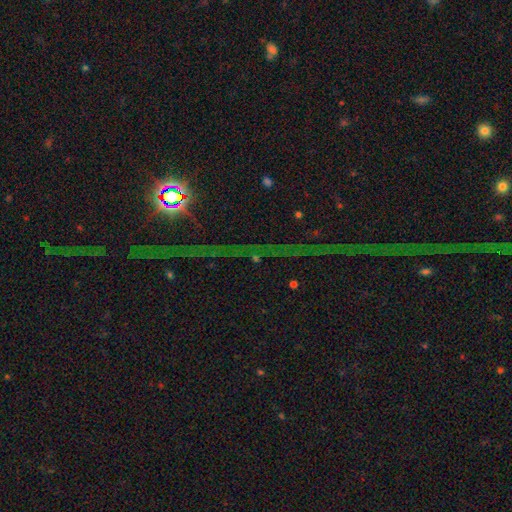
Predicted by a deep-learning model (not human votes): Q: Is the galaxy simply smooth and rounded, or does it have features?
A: star or artifact — 76%.